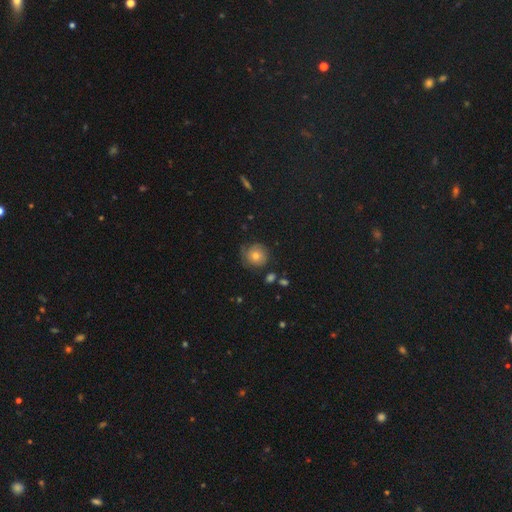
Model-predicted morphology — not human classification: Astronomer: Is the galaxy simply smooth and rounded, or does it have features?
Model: featured or disk — 44%, tied with smooth at 44%.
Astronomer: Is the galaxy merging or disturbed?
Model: none — 69%.